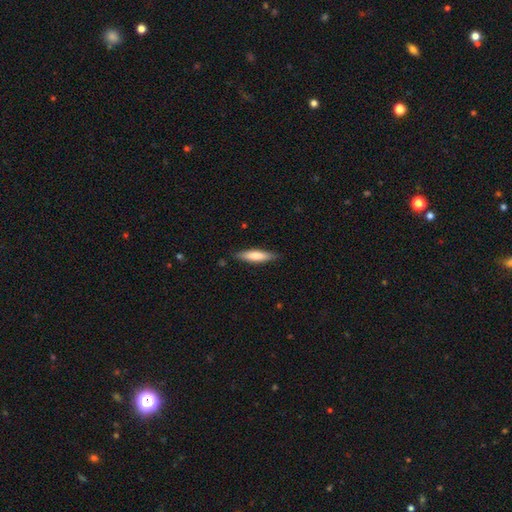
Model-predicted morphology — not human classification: Smooth or featured? Predicted: smooth (p=0.75). How rounded? Predicted: cigar-shaped (p=0.73). Merging? Predicted: none (p=0.85).